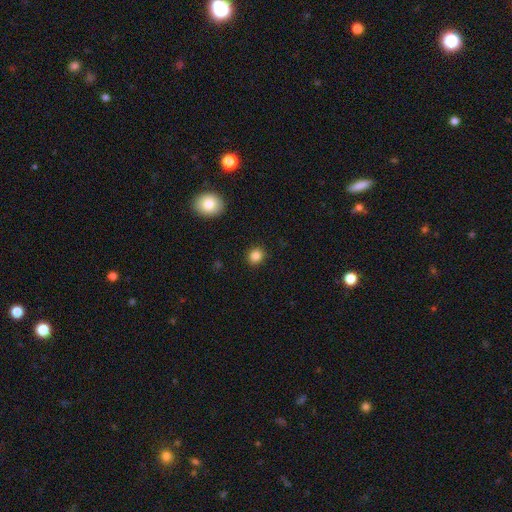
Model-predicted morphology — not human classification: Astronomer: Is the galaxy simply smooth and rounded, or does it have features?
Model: smooth — 85%.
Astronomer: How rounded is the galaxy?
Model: round — 79%.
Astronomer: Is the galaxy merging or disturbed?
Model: none — 90%.